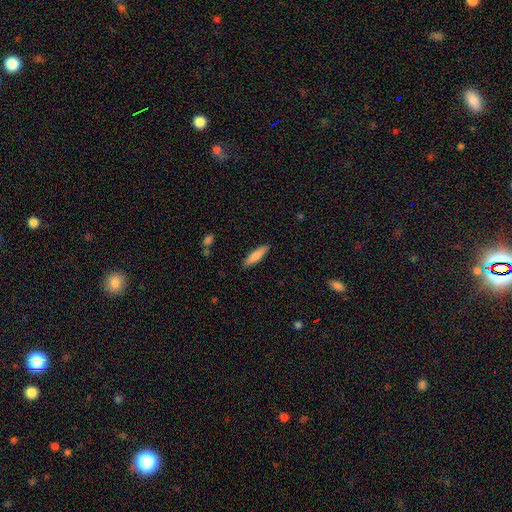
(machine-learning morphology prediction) smooth_or_featured: smooth (p=0.82) [alt: featured or disk p=0.12]
how_rounded: cigar-shaped (p=0.72) [alt: in between p=0.27]
merging: none (p=0.88) [alt: minor disturbance p=0.09]